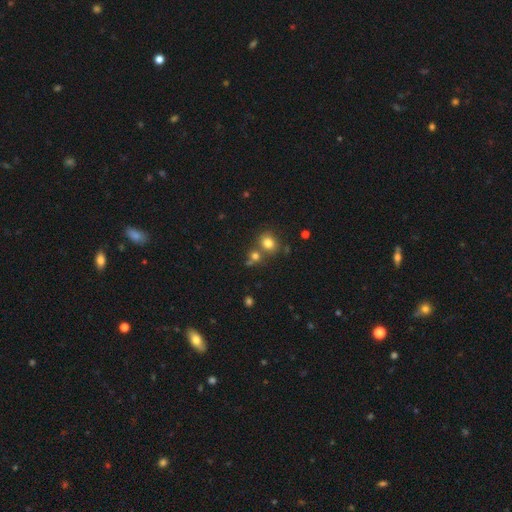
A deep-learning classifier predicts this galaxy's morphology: This is likely a smooth galaxy (69%). How rounded: clearly round (82%). Merging: possibly none (60%).